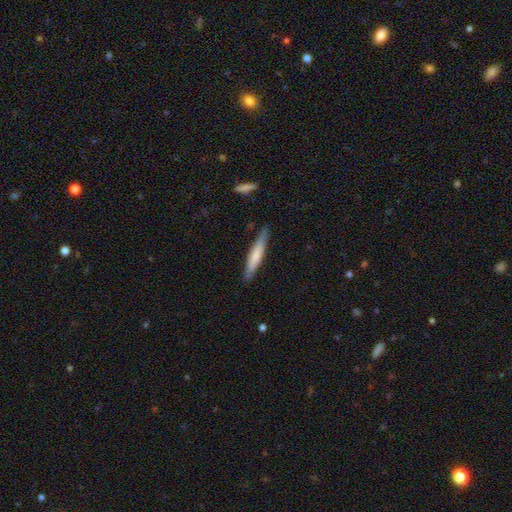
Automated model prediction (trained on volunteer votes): This is likely a smooth galaxy (67%). How rounded: clearly cigar-shaped (91%). Merging: clearly none (84%).